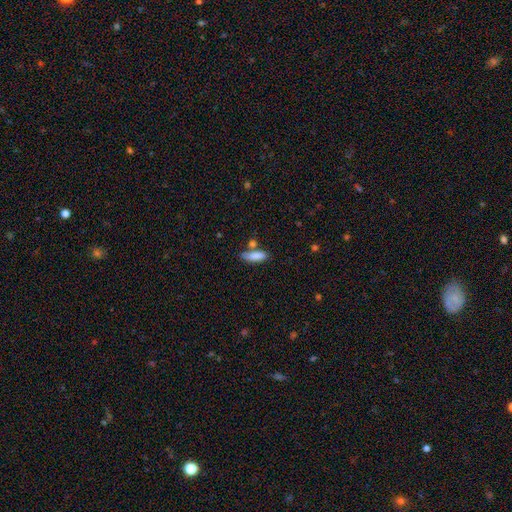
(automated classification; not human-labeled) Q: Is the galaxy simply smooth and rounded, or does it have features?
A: smooth — 83%.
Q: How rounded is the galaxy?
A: in between — 50%.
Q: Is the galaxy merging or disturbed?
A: none — 59%.